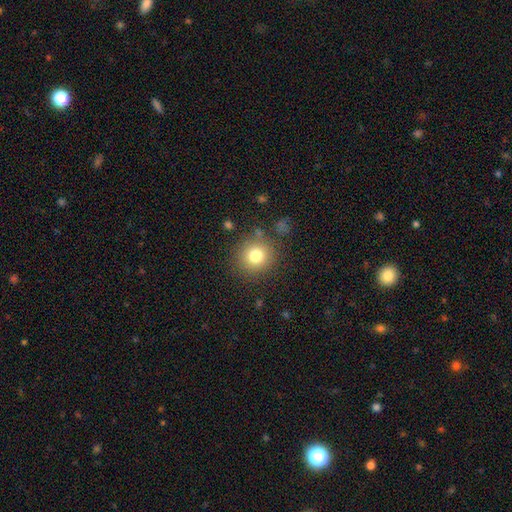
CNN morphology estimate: smooth 78%, star or artifact 14%, featured or disk 8%. Down the decision tree: how rounded — round (92%); merging — none (86%).